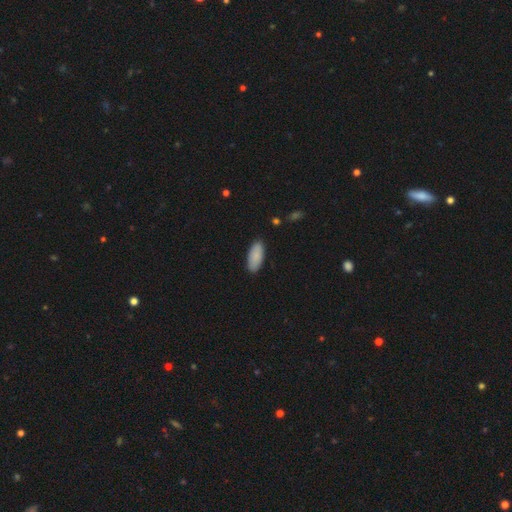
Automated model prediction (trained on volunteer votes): This appears to be a smooth galaxy with no disk features (87%) that is in between round and cigar-shaped (87%). Merging: none (87%).